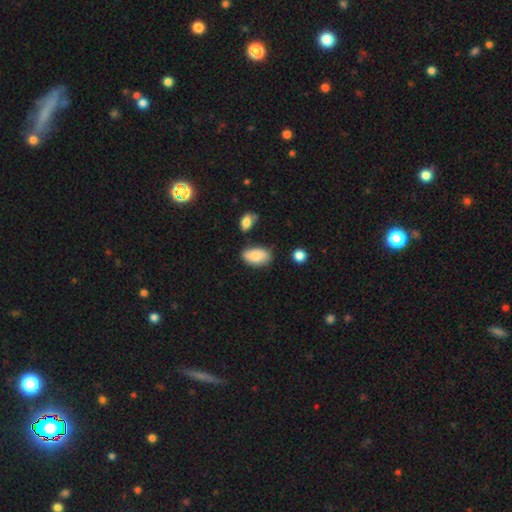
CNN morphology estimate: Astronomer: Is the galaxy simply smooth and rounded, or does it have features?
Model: smooth — 83%.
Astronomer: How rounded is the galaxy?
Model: in between — 94%.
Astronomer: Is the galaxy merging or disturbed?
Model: none — 71%.